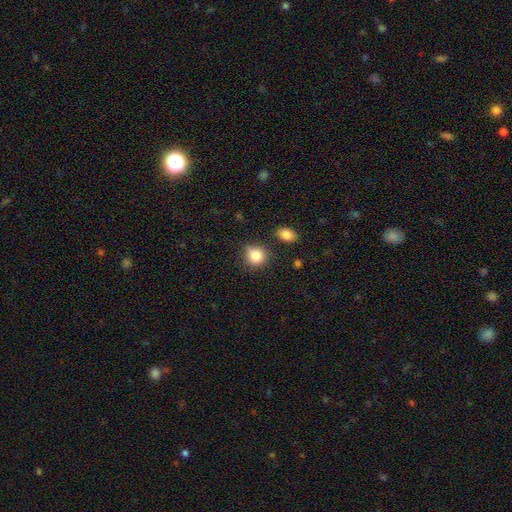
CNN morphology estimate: smooth_or_featured: smooth (p=0.84) [alt: star or artifact p=0.10]
how_rounded: round (p=0.83) [alt: in between p=0.16]
merging: none (p=0.71) [alt: minor disturbance p=0.19]